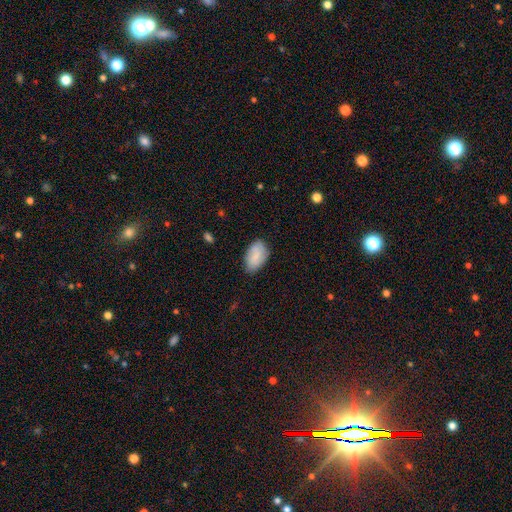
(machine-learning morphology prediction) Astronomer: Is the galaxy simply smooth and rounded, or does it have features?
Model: smooth — 81%.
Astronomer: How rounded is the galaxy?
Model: in between — 93%.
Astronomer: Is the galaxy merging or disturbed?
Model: none — 74%.